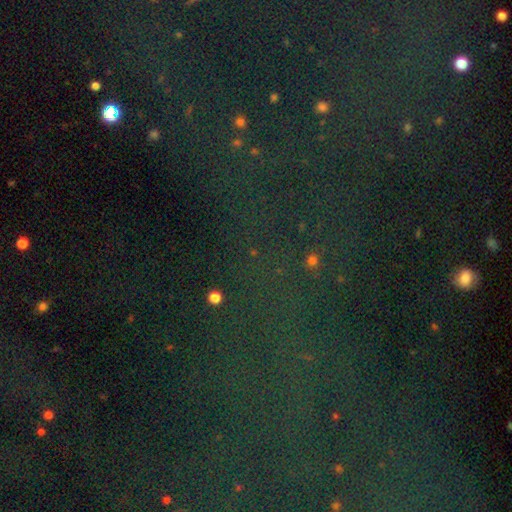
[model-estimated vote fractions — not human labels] Smooth or featured: star or artifact — 77% (smooth — 13%)